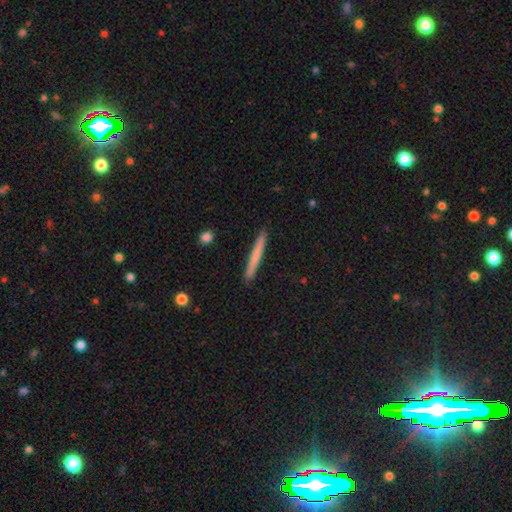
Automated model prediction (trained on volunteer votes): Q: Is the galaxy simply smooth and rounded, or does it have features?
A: smooth — 67%.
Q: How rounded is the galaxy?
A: cigar-shaped — 97%.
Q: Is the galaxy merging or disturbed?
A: none — 92%.